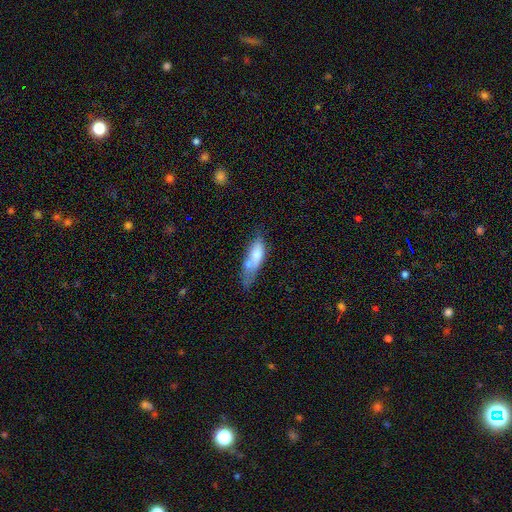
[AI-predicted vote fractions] Smooth or featured?
  - smooth: 66% *
  - featured or disk: 27%
  - star or artifact: 8%
How rounded?
  - in between: 63% *
  - cigar-shaped: 34%
  - round: 3%
Merging?
  - none: 29% *
  - minor disturbance: 27%
  - merger: 25%
  - major disturbance: 19%